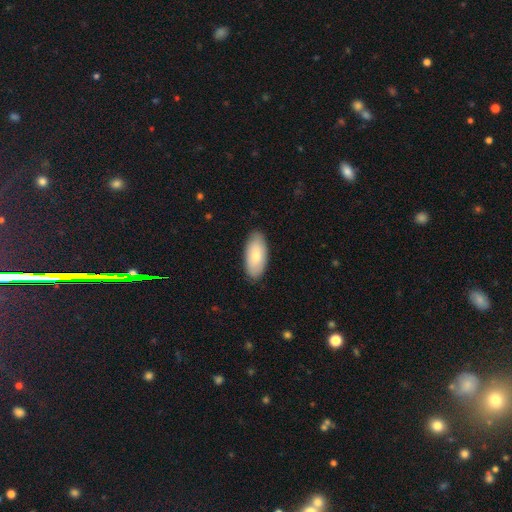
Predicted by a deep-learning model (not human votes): Smooth or featured? Predicted: smooth (p=0.78). How rounded? Predicted: in between (p=0.92). Merging? Predicted: none (p=0.87).